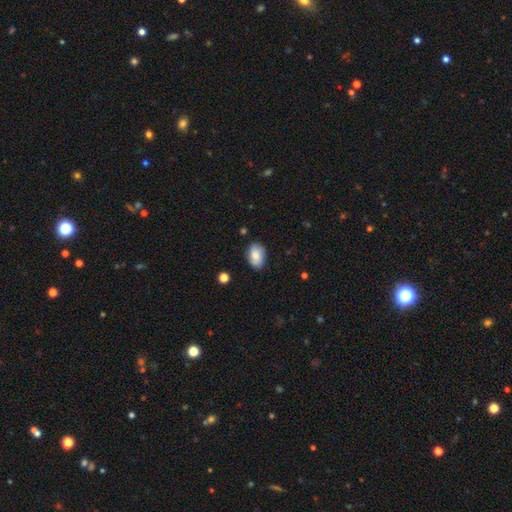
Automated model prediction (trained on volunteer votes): A smooth galaxy with no disk features (71%) that is in between round and cigar-shaped (85%).

Vote fractions:
- Smooth or featured? smooth: 71% / featured or disk: 21% / star or artifact: 8%
- How rounded? in between: 85% / round: 13% / cigar-shaped: 1%
- Merging? none: 78% / minor disturbance: 17% / major disturbance: 3% / merger: 2%